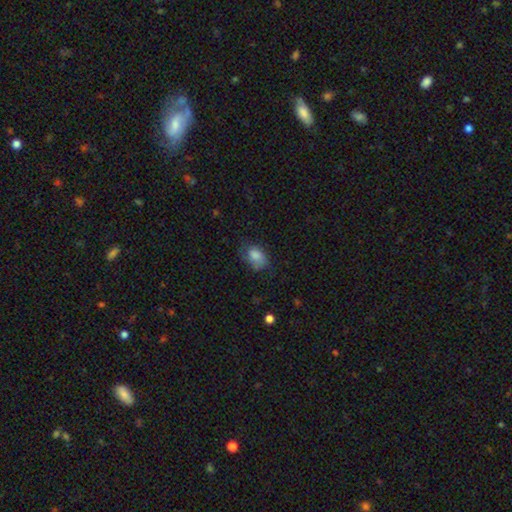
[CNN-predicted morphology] Smooth or featured: smooth — 81% (featured or disk — 11%)
How rounded: in between — 83% (round — 15%)
Merging: none — 56% (minor disturbance — 30%)